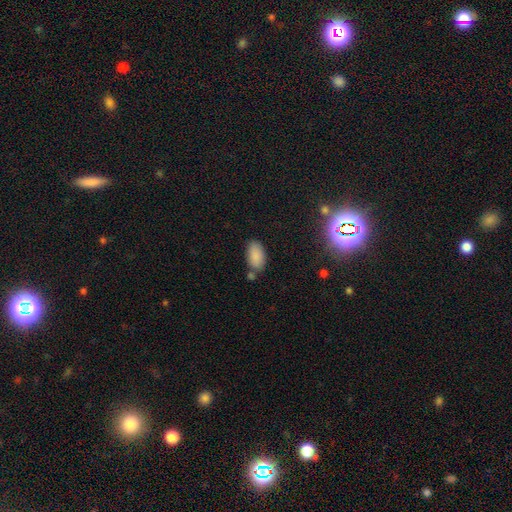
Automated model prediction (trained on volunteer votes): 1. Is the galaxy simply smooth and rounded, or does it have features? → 87% smooth, 8% star or artifact, 5% featured or disk.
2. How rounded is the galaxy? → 94% in between, 3% round, 2% cigar-shaped.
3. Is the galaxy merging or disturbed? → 70% none, 16% minor disturbance, 10% merger, 4% major disturbance.